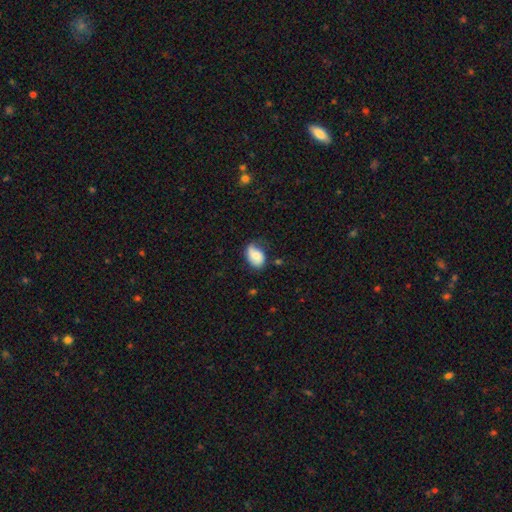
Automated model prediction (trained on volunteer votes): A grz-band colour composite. It shows a smooth galaxy with no disk features (62%) that is in between round and cigar-shaped (83%). Merging: none (56%).